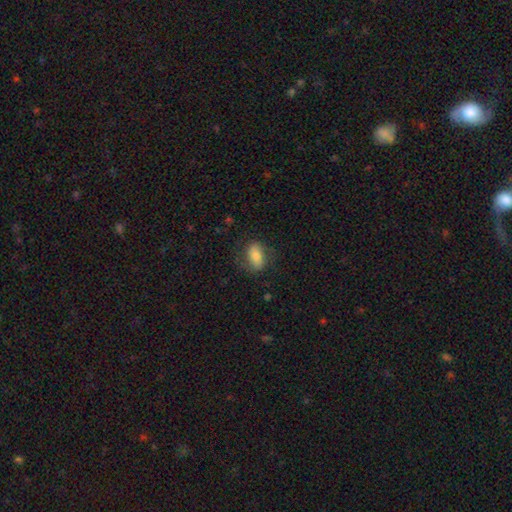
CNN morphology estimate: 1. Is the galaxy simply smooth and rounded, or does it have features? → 70% smooth, 22% featured or disk, 8% star or artifact.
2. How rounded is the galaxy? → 87% in between, 10% round, 4% cigar-shaped.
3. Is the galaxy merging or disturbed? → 70% none, 19% minor disturbance, 9% major disturbance, 1% merger.